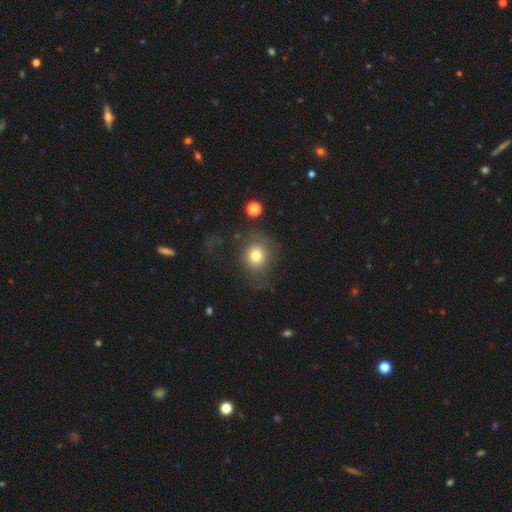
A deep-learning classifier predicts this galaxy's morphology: smooth_or_featured: smooth (p=0.74) [alt: featured or disk p=0.13]
how_rounded: round (p=0.80) [alt: in between p=0.19]
merging: none (p=0.55) [alt: major disturbance p=0.24]